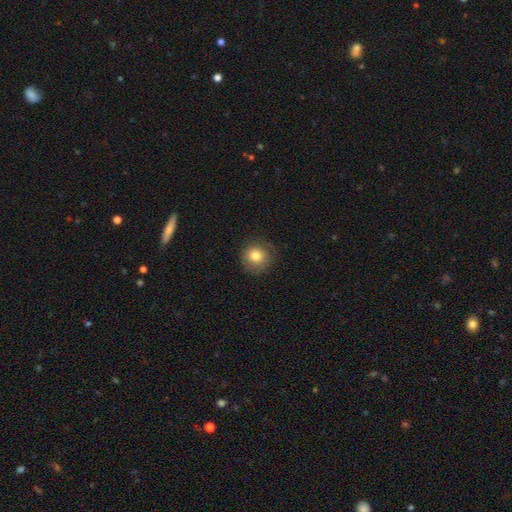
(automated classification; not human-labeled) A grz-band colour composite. It shows a smooth galaxy with no disk features (80%) that is round (91%). Merging: none (81%).